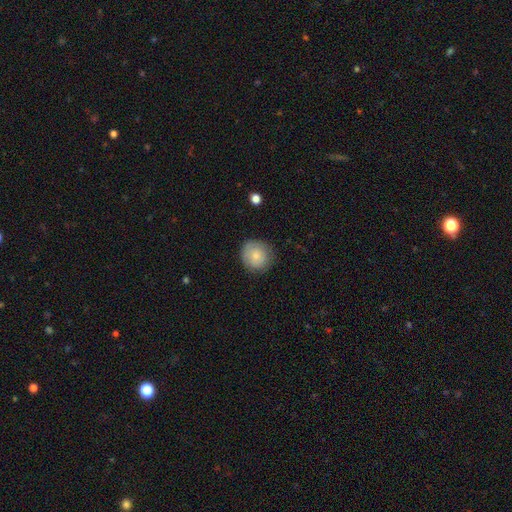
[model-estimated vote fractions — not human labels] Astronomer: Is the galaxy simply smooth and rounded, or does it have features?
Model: smooth — 78%.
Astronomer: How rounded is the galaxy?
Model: round — 87%.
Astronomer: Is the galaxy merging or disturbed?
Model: none — 80%.